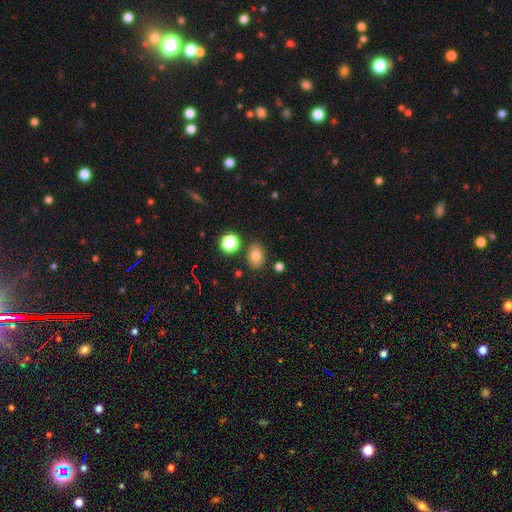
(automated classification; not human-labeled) Smooth or featured?
  - smooth: 79% *
  - star or artifact: 12%
  - featured or disk: 9%
How rounded?
  - in between: 67% *
  - round: 32%
  - cigar-shaped: 1%
Merging?
  - none: 83% *
  - minor disturbance: 10%
  - merger: 5%
  - major disturbance: 3%